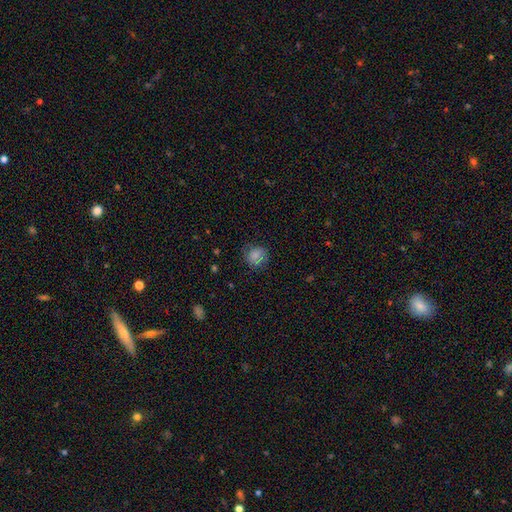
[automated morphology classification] smooth 80%, star or artifact 10%, featured or disk 10%. Down the decision tree: how rounded — round (80%); merging — none (72%).